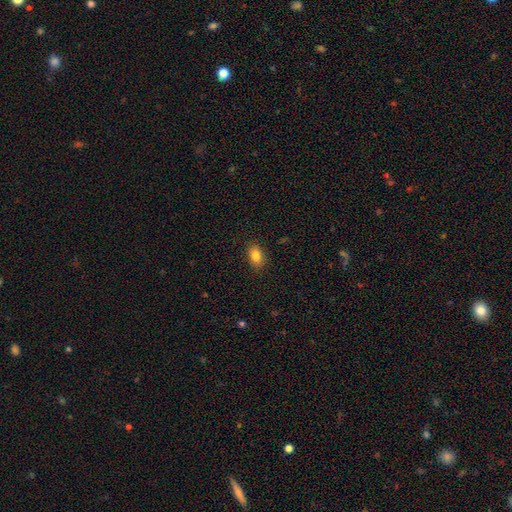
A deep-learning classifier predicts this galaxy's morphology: The model was most divided on "how rounded": in between: 83%, round: 16%, cigar-shaped: 2%. More confident: merging — none (87%); smooth or featured — smooth (84%).